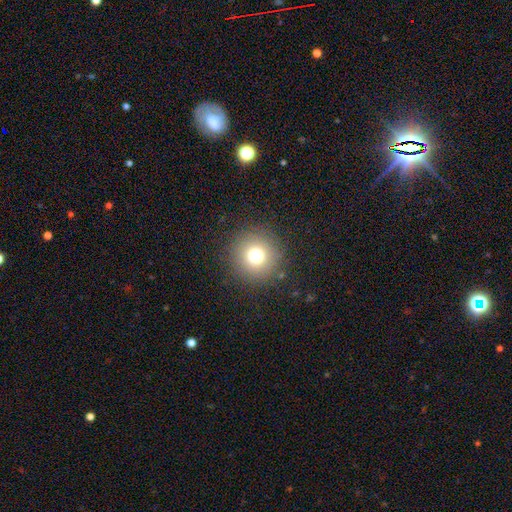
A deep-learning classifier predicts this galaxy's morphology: A smooth galaxy with no disk features (74%) that is round (96%). Merging: none (89%).